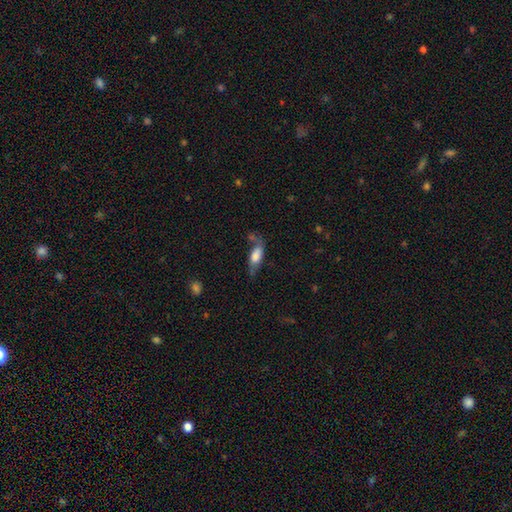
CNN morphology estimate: This appears to be a smooth galaxy with no disk features (60%) that is in between round and cigar-shaped (75%). Merging: none (44%).